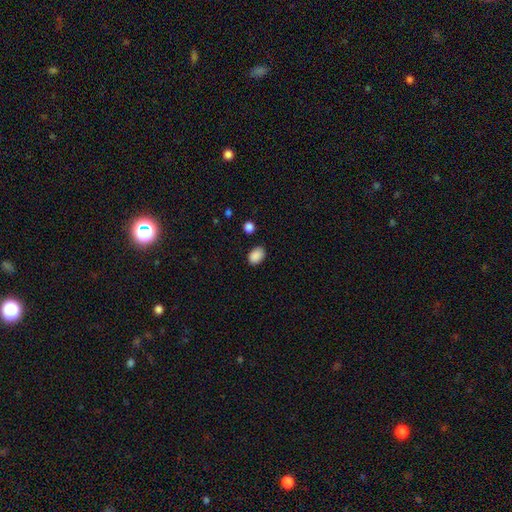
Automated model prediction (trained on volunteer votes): smooth-or-featured: smooth: 89% | star or artifact: 8% | featured or disk: 3%
  how-rounded: in between: 81% | round: 18% | cigar-shaped: 1%
  merging: none: 84% | minor disturbance: 11% | major disturbance: 3% | merger: 2%